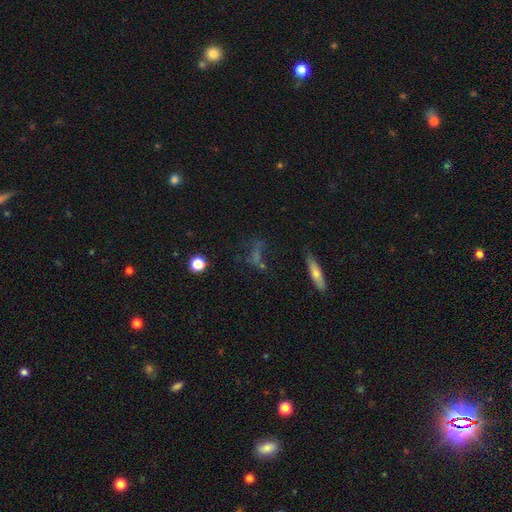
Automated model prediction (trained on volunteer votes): smooth_or_featured: smooth (p=0.39) [alt: featured or disk p=0.31]
merging: none (p=0.58) [alt: minor disturbance p=0.17]